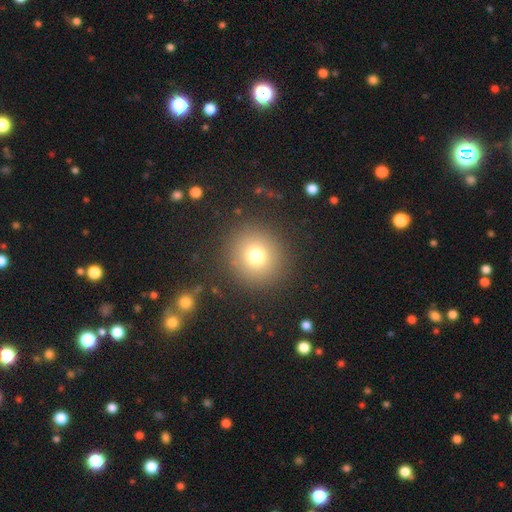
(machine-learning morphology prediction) This appears to be a smooth galaxy with no disk features (74%) that is round (92%). Merging: none (88%).